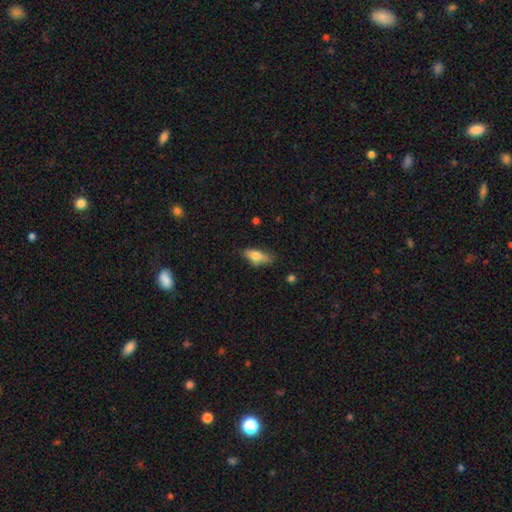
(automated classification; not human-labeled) Q: Smooth or featured?
A: smooth (68%); runner-up: featured or disk (24%)
Q: How rounded?
A: in between (70%); runner-up: cigar-shaped (26%)
Q: Merging?
A: none (59%); runner-up: minor disturbance (29%)